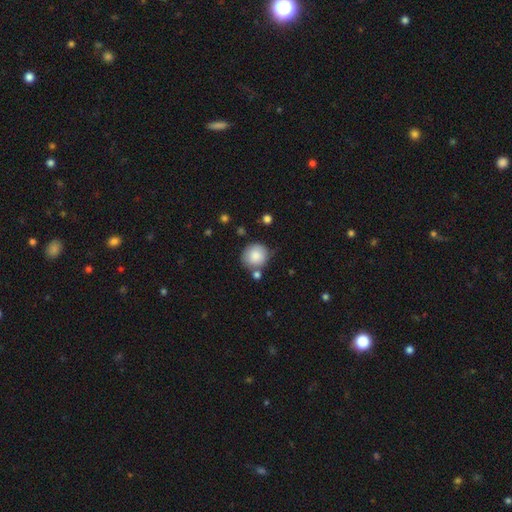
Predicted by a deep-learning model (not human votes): Overall: smooth (85%). How rounded: round (89%). Merging: none (71%).